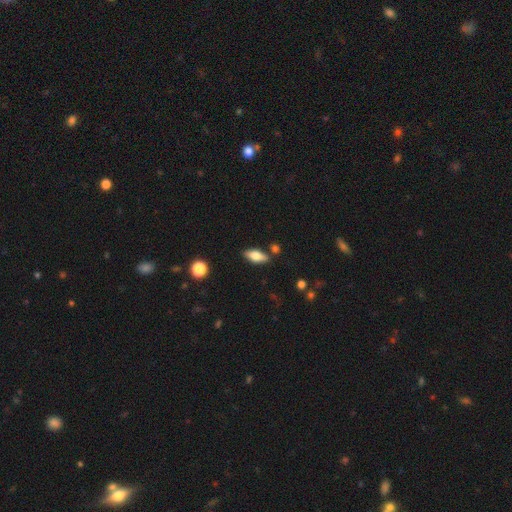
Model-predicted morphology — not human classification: Smooth or featured: smooth — 68% (featured or disk — 25%)
How rounded: in between — 76% (cigar-shaped — 21%)
Merging: none — 82% (minor disturbance — 11%)